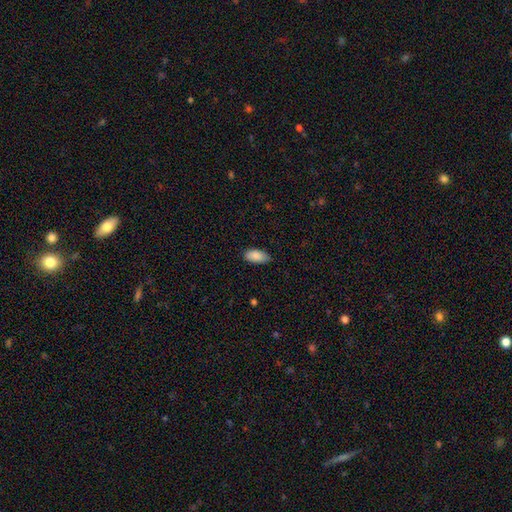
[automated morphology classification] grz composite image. It shows a smooth galaxy with no disk features (89%) that is in between round and cigar-shaped (94%). Merging: none (85%).